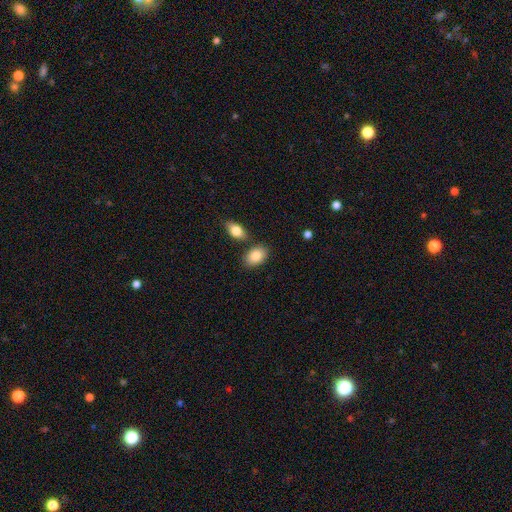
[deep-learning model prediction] The model was most divided on "merging": none: 74%, merger: 12%, minor disturbance: 11%, major disturbance: 3%. More confident: how rounded — in between (88%); smooth or featured — smooth (85%).